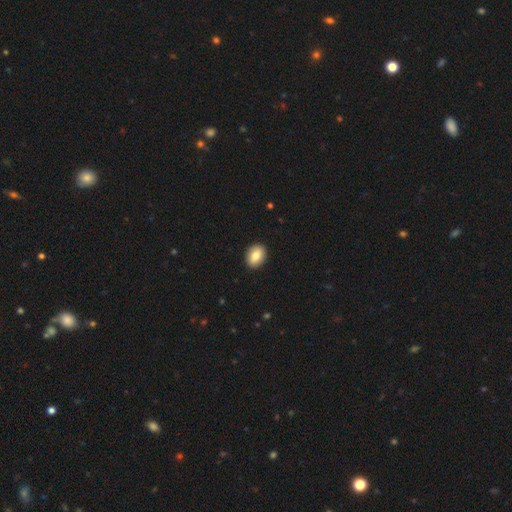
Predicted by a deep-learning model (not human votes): Overall: smooth (81%). How rounded: in between (68%; round 31%). Merging: none (91%).